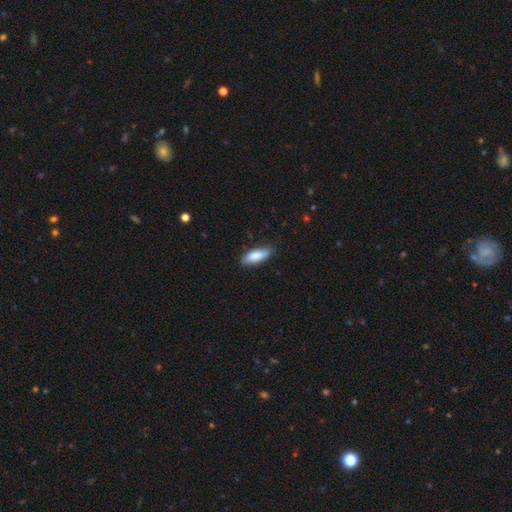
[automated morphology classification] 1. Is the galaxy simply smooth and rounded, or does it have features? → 83% smooth, 10% featured or disk, 6% star or artifact.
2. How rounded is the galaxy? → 65% in between, 33% cigar-shaped, 2% round.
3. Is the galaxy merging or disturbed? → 78% none, 18% minor disturbance, 3% major disturbance, 1% merger.